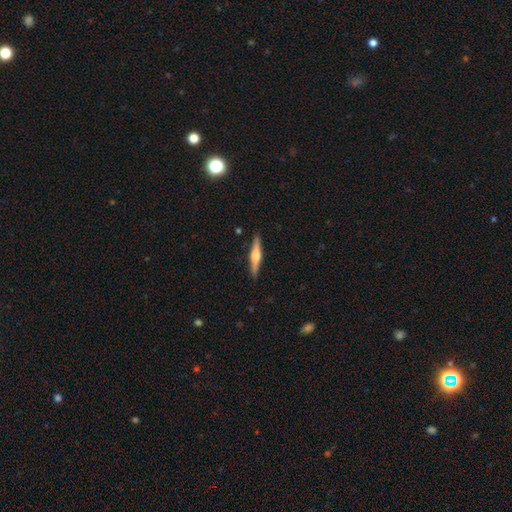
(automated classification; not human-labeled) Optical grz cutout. It shows a featured or disk galaxy (70%) viewed edge-on (98%) with a rounded central bulge (92%). Merging: none (91%).